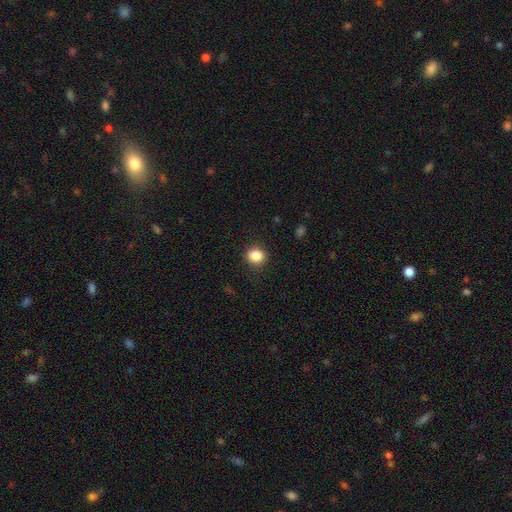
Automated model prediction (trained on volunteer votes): This is clearly a smooth galaxy (85%). How rounded: likely round (75%). Merging: clearly none (86%).